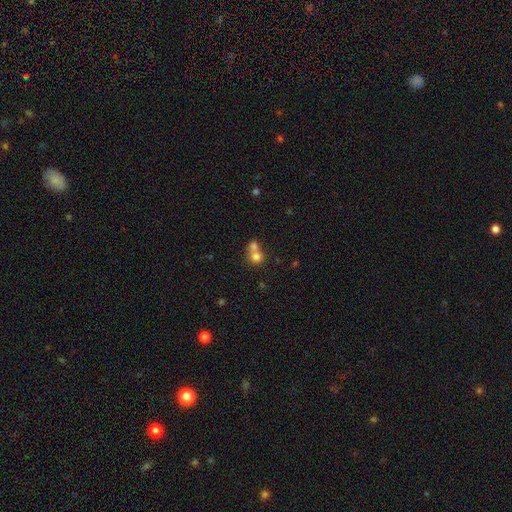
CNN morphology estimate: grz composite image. It shows a smooth galaxy with no disk features (75%) that is round (82%). Merging: merger (60%).